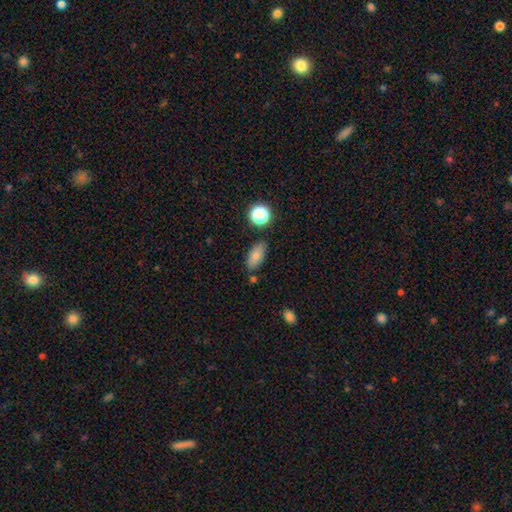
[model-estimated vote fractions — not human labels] smooth 79%, star or artifact 10%, featured or disk 10%. Down the decision tree: how rounded — in between (84%); merging — none (77%).